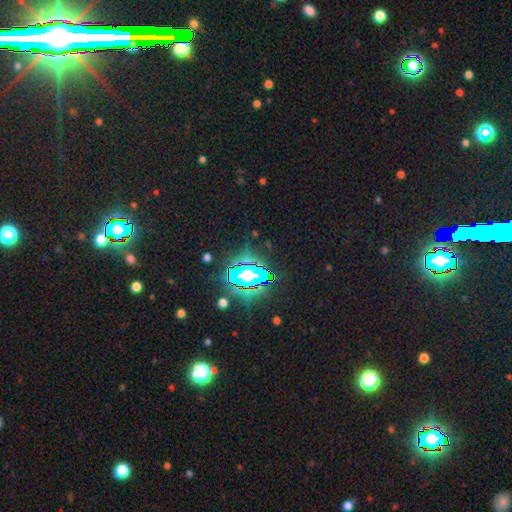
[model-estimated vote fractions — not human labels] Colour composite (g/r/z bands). It shows a star or artifact, not a galaxy (83%).